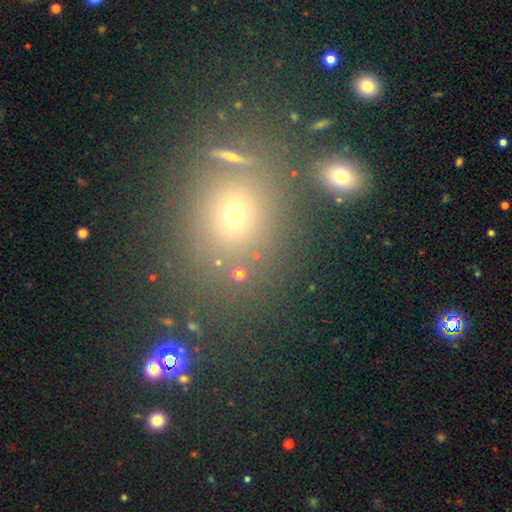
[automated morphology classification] Smooth or featured? smooth (57%)
How rounded? round (68%)
Merging? none (73%)